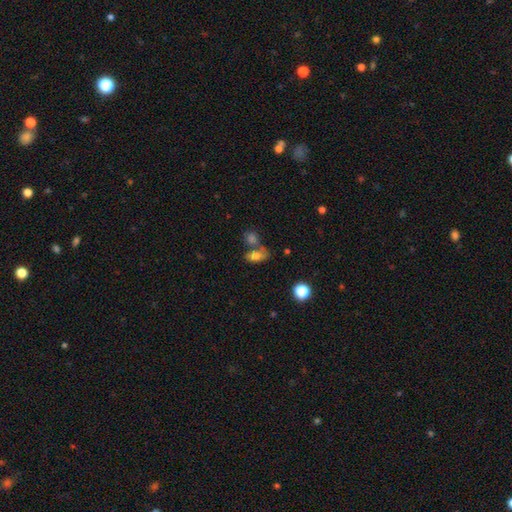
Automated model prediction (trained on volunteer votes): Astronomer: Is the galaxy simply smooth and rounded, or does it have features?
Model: smooth — 74%.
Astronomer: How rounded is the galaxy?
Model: in between — 85%.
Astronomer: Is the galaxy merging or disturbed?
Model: none — 42% (runner-up: merger, 37%).